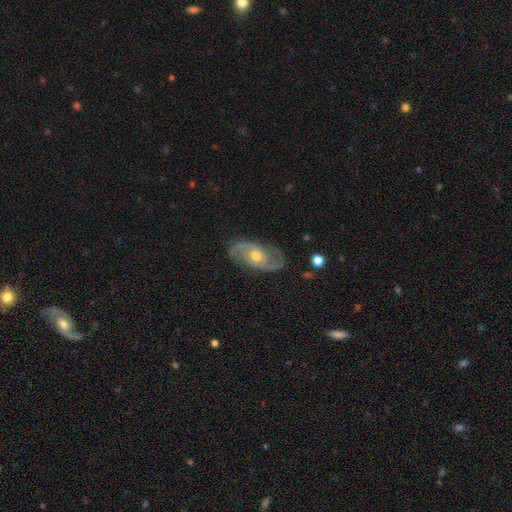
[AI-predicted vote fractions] A featured or disk galaxy (83%) with no bar (70%), 2 (84%) medium (46%) spiral arms (93%) and a moderate central bulge (70%). Merging: none (81%).